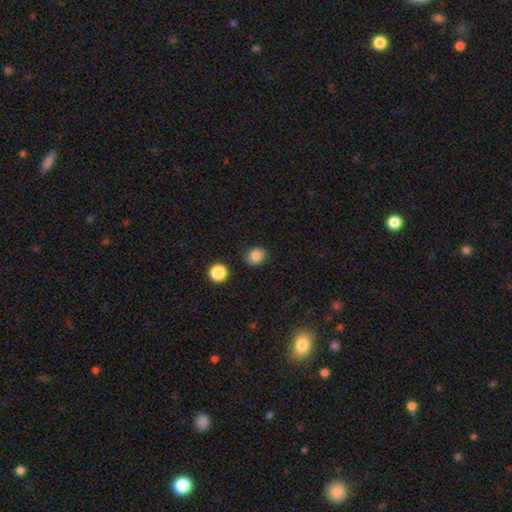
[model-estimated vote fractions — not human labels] Q: Smooth or featured?
A: smooth (82%); runner-up: star or artifact (11%)
Q: How rounded?
A: round (73%); runner-up: in between (26%)
Q: Merging?
A: none (78%); runner-up: minor disturbance (15%)